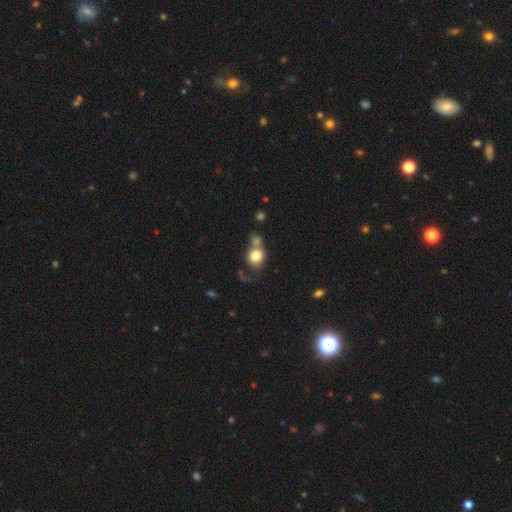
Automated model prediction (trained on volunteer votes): Q: Smooth or featured?
A: smooth (79%); runner-up: featured or disk (11%)
Q: How rounded?
A: round (78%); runner-up: in between (21%)
Q: Merging?
A: merger (40%); runner-up: none (39%)